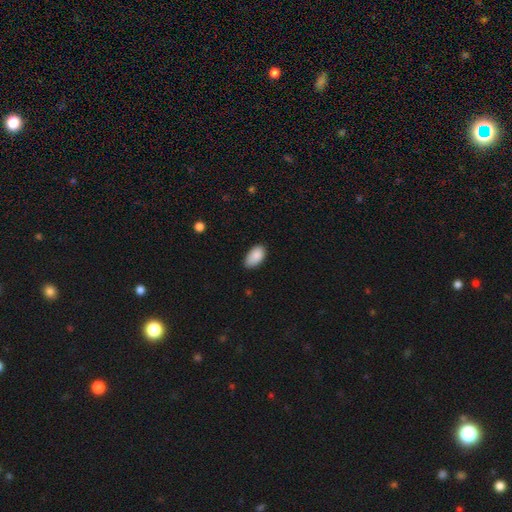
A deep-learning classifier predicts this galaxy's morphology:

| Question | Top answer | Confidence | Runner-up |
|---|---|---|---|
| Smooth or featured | smooth | 88% | star or artifact (7%) |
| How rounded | in between | 95% | round (3%) |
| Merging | none | 77% | minor disturbance (19%) |